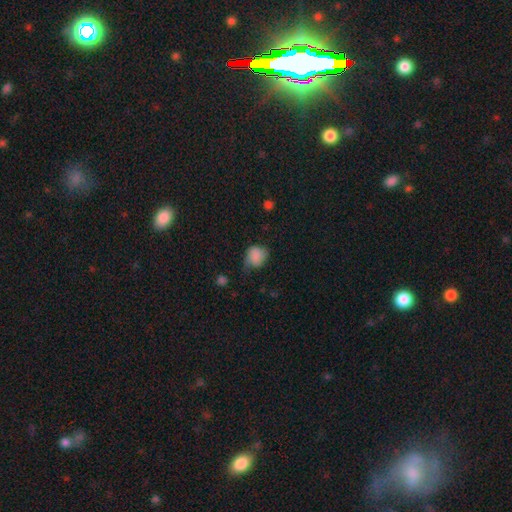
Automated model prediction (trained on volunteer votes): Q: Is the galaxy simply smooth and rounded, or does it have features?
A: smooth — 81%.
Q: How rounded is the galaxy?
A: round — 59%.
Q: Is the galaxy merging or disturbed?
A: none — 44%.